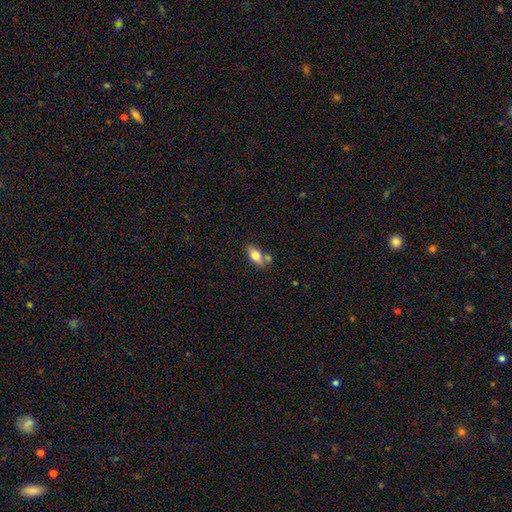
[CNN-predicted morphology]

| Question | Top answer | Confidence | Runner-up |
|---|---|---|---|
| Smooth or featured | smooth | 71% | featured or disk (22%) |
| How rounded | in between | 84% | cigar-shaped (12%) |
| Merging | none | 56% | merger (23%) |